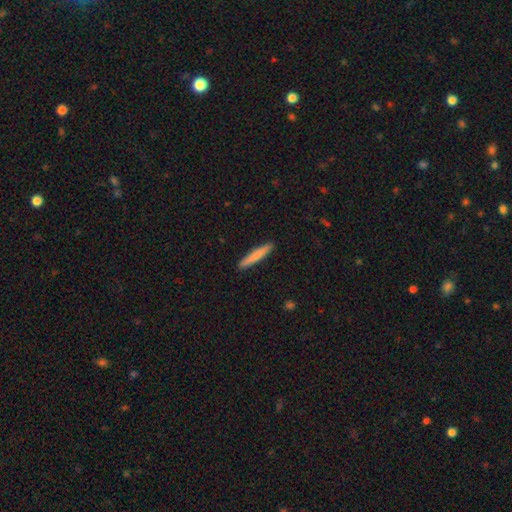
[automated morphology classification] Q: Smooth or featured?
A: smooth (77%); runner-up: featured or disk (18%)
Q: How rounded?
A: cigar-shaped (94%); runner-up: in between (4%)
Q: Merging?
A: none (91%); runner-up: minor disturbance (6%)